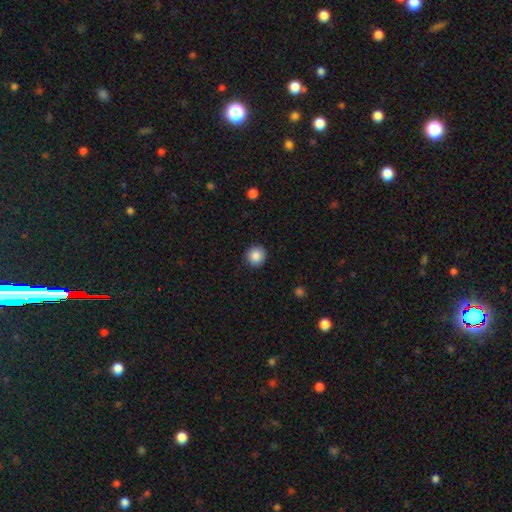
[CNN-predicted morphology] smooth 88%, star or artifact 9%, featured or disk 3%. Down the decision tree: how rounded — round (94%); merging — none (91%).